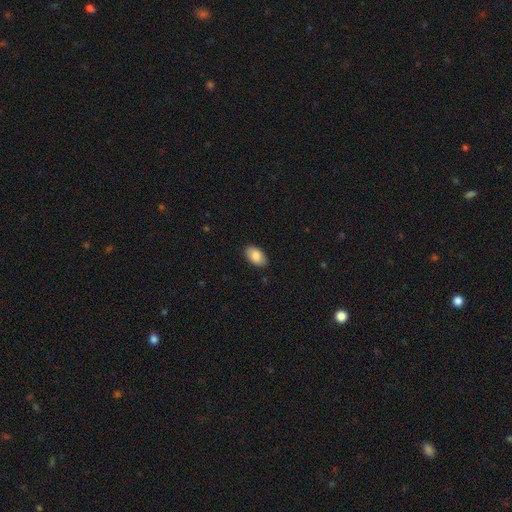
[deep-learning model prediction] Overall: smooth (84%). How rounded: in between (94%). Merging: none (89%).